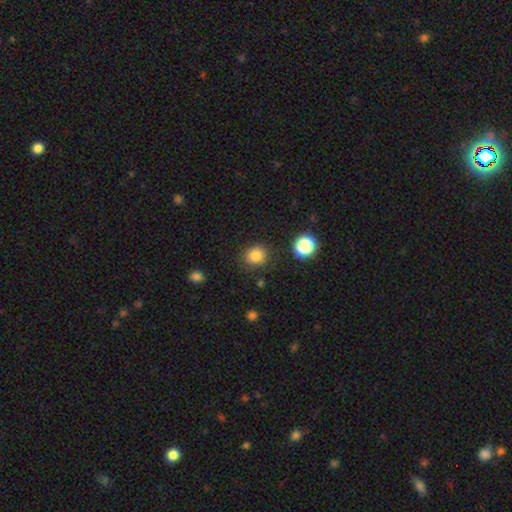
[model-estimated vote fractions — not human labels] Smooth or featured?
  - smooth: 82% *
  - star or artifact: 12%
  - featured or disk: 5%
How rounded?
  - round: 78% *
  - in between: 21%
  - cigar-shaped: 1%
Merging?
  - none: 86% *
  - minor disturbance: 9%
  - major disturbance: 3%
  - merger: 2%